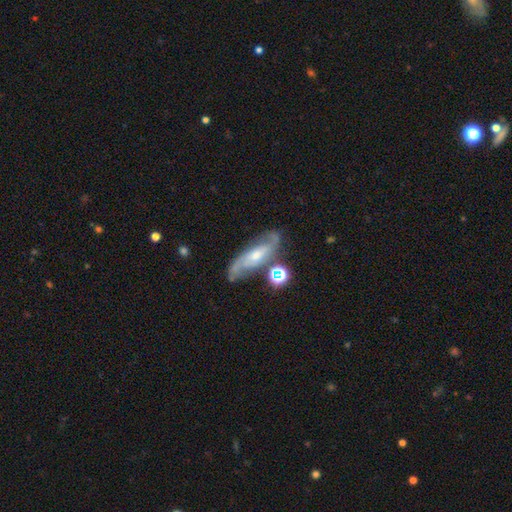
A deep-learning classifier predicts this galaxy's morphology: Q: Smooth or featured?
A: featured or disk (76%); runner-up: smooth (15%)
Q: Edge-on disk?
A: no (82%); runner-up: yes (18%)
Q: Bar?
A: no (49%); runner-up: weak (35%)
Q: Spiral arms?
A: yes (92%); runner-up: no (8%)
Q: Spiral winding?
A: medium (47%); runner-up: tight (30%)
Q: Spiral arm count?
A: 2 (79%); runner-up: can't tell (13%)
Q: Bulge size?
A: small (48%); runner-up: moderate (45%)
Q: Merging?
A: none (67%); runner-up: minor disturbance (17%)